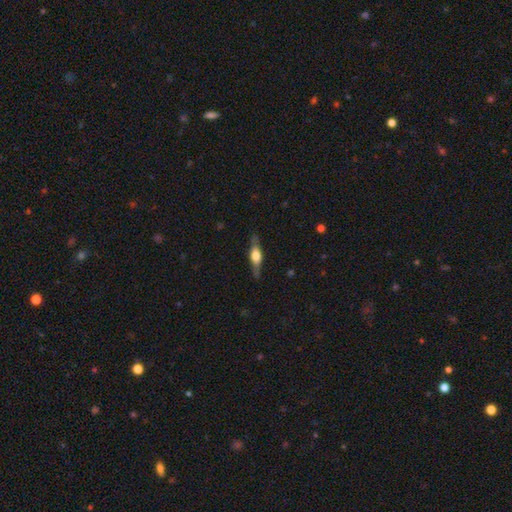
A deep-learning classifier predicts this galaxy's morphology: This is possibly a featured or disk galaxy (56%). It is clearly viewed edge-on (89%). Merging: clearly none (80%).